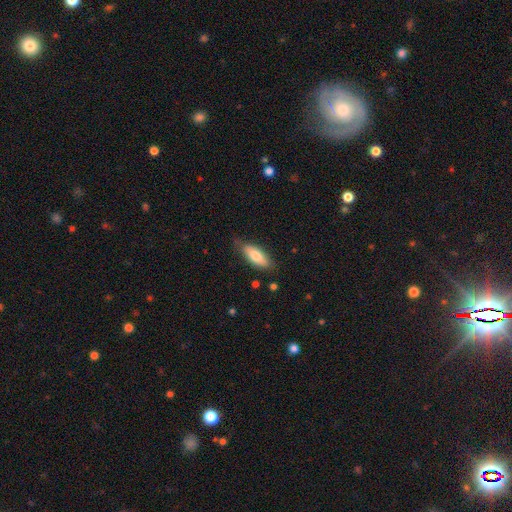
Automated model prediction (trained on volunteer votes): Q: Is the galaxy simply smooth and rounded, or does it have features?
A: smooth — 77%.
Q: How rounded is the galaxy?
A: in between — 74%.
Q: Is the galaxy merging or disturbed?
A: none — 76%.